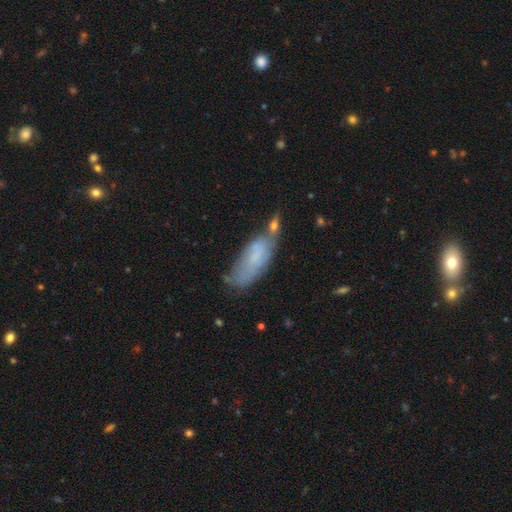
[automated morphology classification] Smooth or featured?
  - smooth: 60% *
  - featured or disk: 30%
  - star or artifact: 10%
How rounded?
  - in between: 68% *
  - cigar-shaped: 30%
  - round: 2%
Merging?
  - none: 34% *
  - minor disturbance: 28%
  - merger: 23%
  - major disturbance: 15%